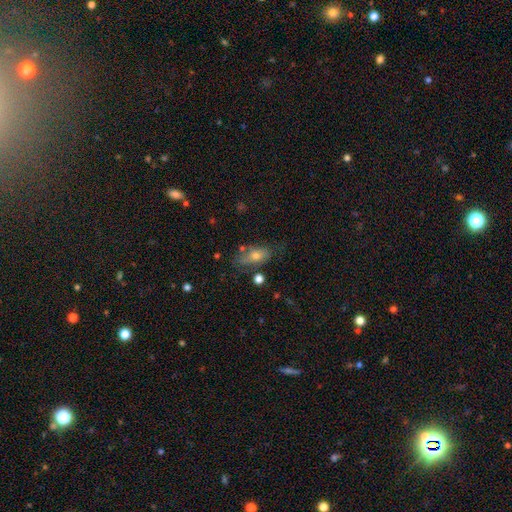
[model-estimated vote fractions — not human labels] Overall: smooth (61%; featured or disk 29%). How rounded: in between (81%). Merging: none (58%; minor disturbance 24%).